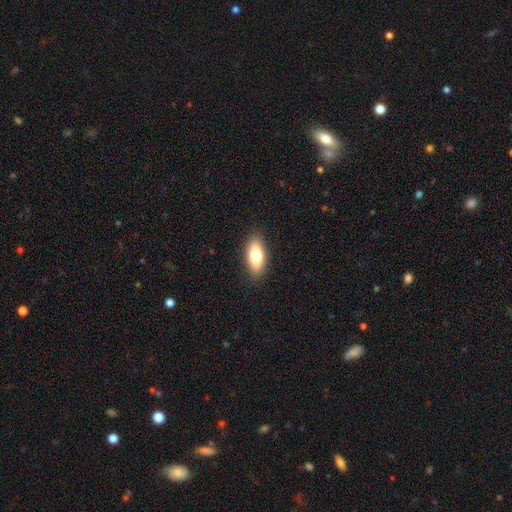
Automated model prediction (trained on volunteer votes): Smooth or featured? Predicted: smooth (p=0.75). How rounded? Predicted: in between (p=0.79). Merging? Predicted: none (p=0.89).